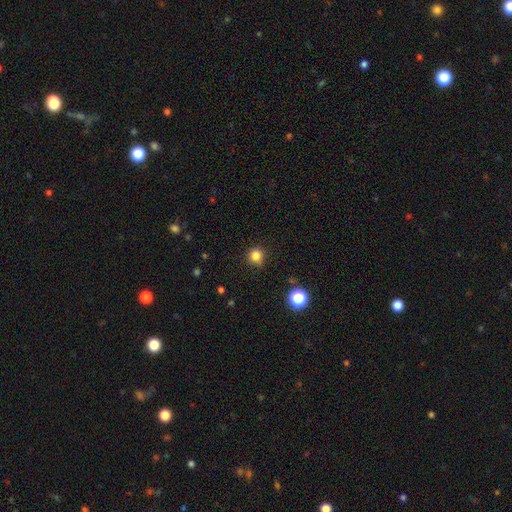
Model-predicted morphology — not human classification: Smooth or featured? Predicted: smooth (p=0.82). How rounded? Predicted: round (p=0.92). Merging? Predicted: none (p=0.82).